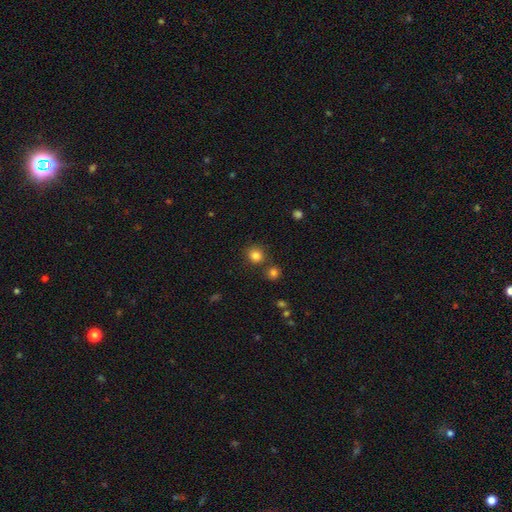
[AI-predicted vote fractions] Overall: smooth (82%). How rounded: round (84%). Merging: none (75%).